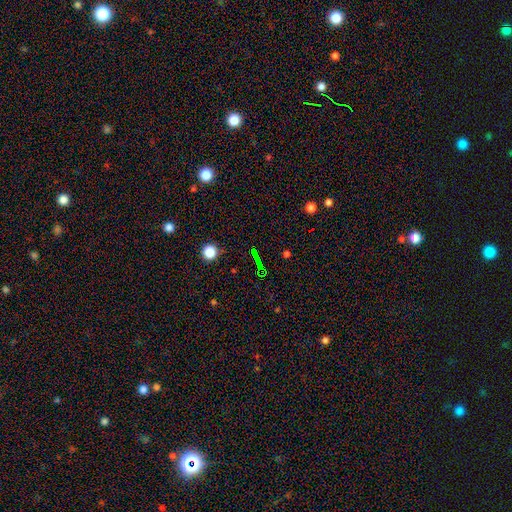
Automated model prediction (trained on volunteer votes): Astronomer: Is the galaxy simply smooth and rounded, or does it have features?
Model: star or artifact — 63%.